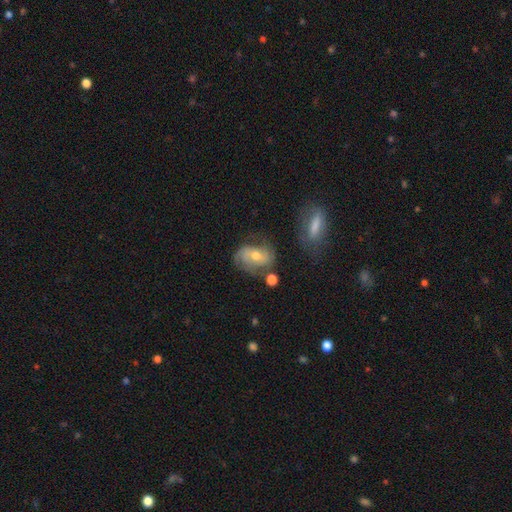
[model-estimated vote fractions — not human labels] Smooth or featured? featured or disk (65%)
Edge-on disk? no (96%)
Bar? no (57%)
Spiral arms? yes (83%)
Spiral winding? medium (43%)
Spiral arm count? 2 (58%)
Bulge size? moderate (67%)
Merging? none (52%)